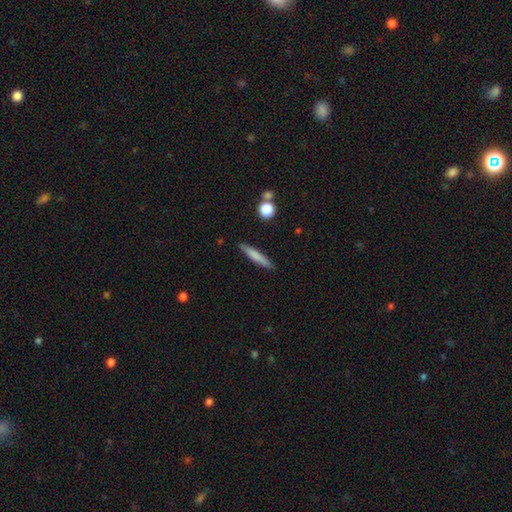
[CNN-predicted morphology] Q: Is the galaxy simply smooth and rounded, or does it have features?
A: smooth — 71%.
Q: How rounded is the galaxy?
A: cigar-shaped — 91%.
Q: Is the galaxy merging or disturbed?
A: none — 87%.